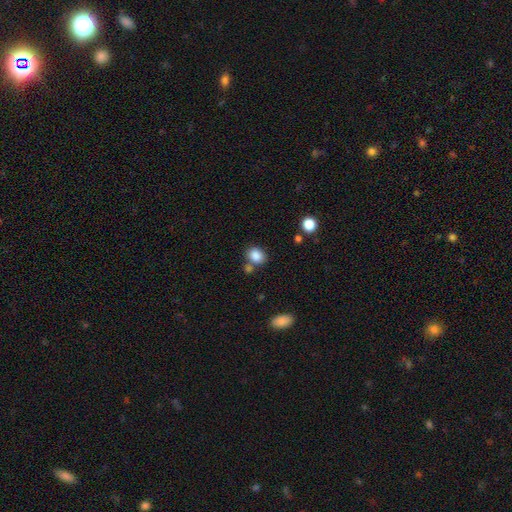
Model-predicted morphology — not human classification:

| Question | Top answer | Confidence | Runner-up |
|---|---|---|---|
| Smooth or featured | smooth | 85% | star or artifact (10%) |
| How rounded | in between | 50% | round (49%) |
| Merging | none | 64% | merger (19%) |